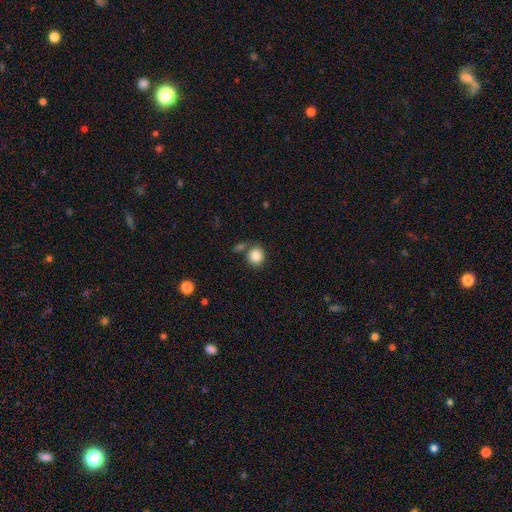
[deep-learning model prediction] This appears to be a smooth galaxy with no disk features (86%) that is round (83%). Merging: none (71%).